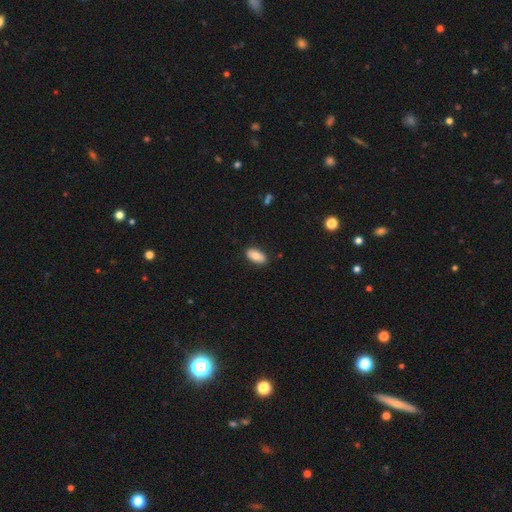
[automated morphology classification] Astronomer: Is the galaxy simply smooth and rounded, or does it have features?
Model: smooth — 78%.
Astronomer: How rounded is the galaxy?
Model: in between — 90%.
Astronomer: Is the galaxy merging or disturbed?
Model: none — 88%.